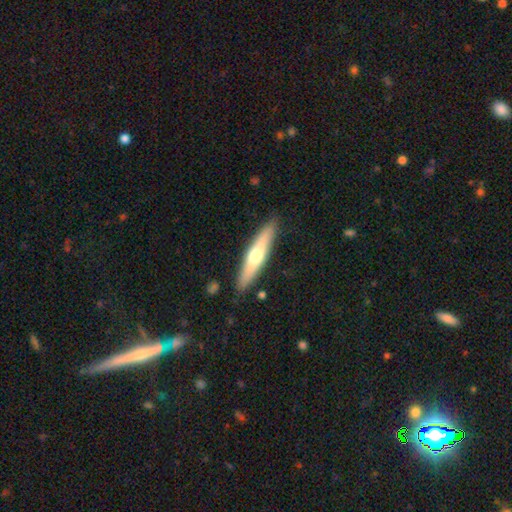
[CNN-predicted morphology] The model was most divided on "smooth or featured": smooth: 52%, featured or disk: 43%, star or artifact: 5%. More confident: merging — none (88%); how rounded — cigar-shaped (84%).